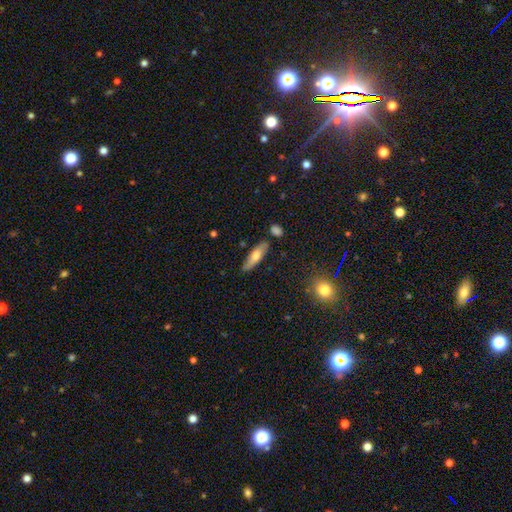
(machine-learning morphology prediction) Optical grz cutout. It shows a smooth galaxy with no disk features (66%) that is cigar-shaped (54%). Merging: none (79%).